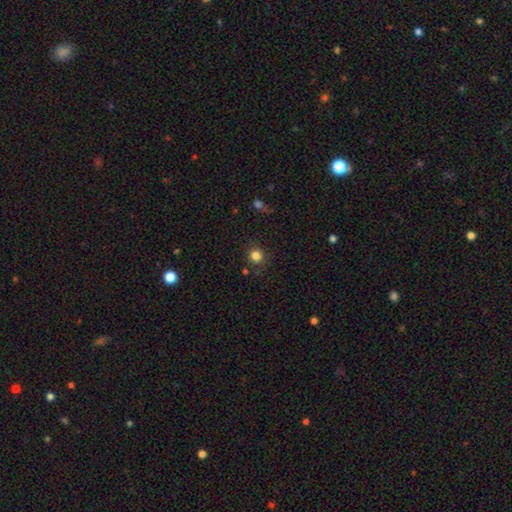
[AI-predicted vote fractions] Smooth or featured? smooth (82%)
How rounded? round (91%)
Merging? none (85%)